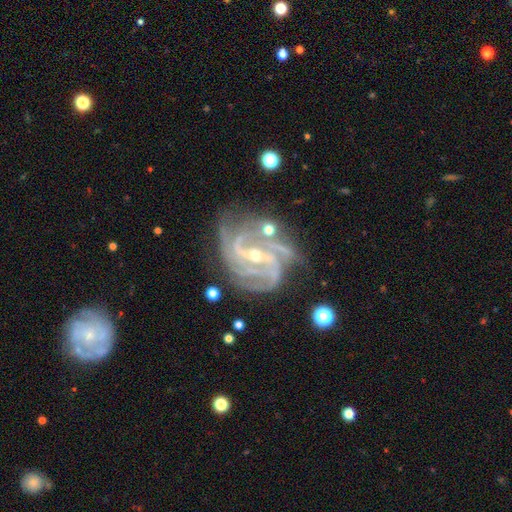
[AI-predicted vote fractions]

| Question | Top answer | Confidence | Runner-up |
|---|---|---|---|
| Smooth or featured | featured or disk | 92% | star or artifact (6%) |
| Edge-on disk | no | 98% | yes (2%) |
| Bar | strong | 45% | weak (36%) |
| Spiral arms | yes | 98% | no (2%) |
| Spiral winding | tight | 48% | medium (44%) |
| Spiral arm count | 4 | 40% | 3 (26%) |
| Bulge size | small | 64% | moderate (33%) |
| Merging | none | 66% | minor disturbance (20%) |